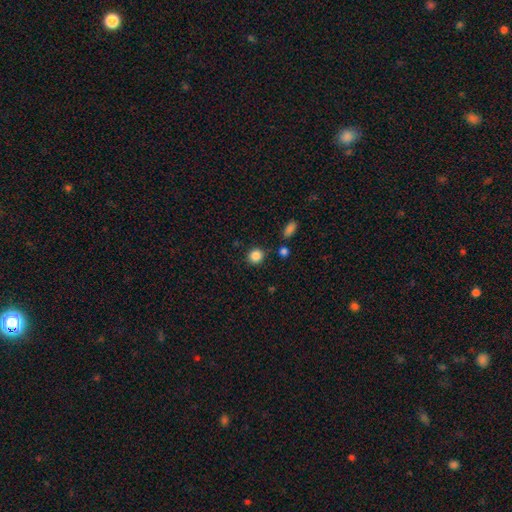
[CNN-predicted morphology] Smooth or featured: smooth — 86% (star or artifact — 10%)
How rounded: round — 86% (in between — 13%)
Merging: none — 83% (minor disturbance — 9%)